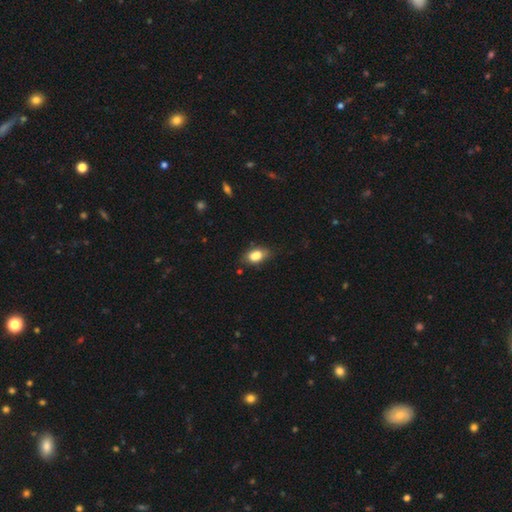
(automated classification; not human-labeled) Morphology: type=smooth (82%); roundness=in between (85%); merging=none (68%).